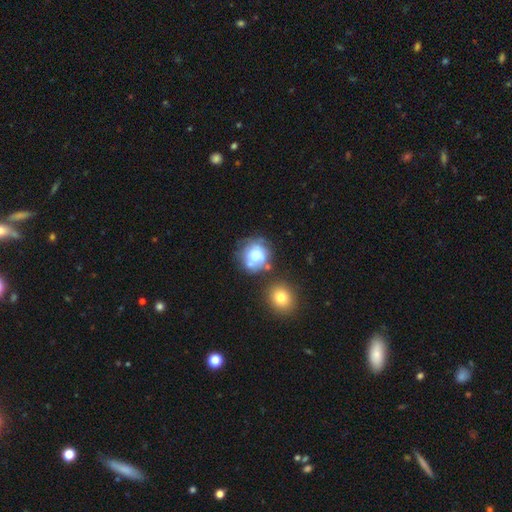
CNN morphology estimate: type=smooth (59%); roundness=round (84%); merging=none (51%).